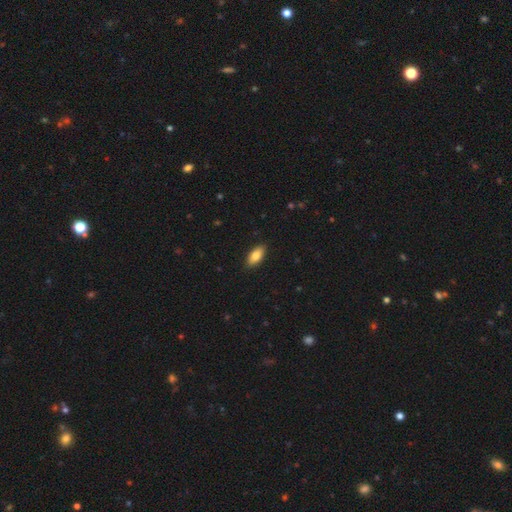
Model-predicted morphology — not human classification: The model was most divided on "smooth or featured": smooth: 83%, featured or disk: 11%, star or artifact: 7%. More confident: merging — none (89%); how rounded — in between (89%).